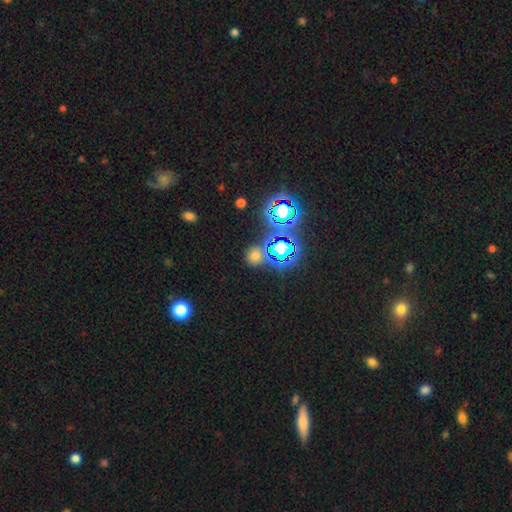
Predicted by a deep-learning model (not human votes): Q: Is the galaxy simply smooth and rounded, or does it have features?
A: smooth — 50%.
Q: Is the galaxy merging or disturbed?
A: none — 76%.